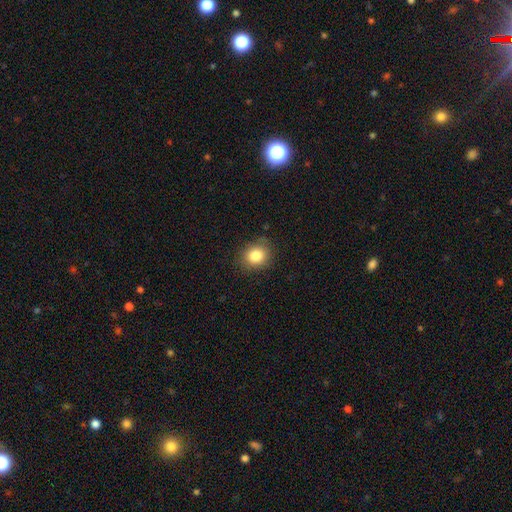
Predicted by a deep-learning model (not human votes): Q: Smooth or featured?
A: smooth (84%); runner-up: star or artifact (10%)
Q: How rounded?
A: round (73%); runner-up: in between (27%)
Q: Merging?
A: none (82%); runner-up: minor disturbance (14%)